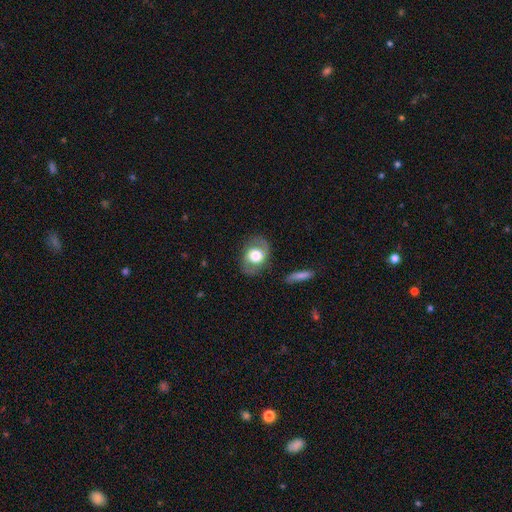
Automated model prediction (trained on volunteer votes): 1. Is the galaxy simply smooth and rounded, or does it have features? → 56% featured or disk, 38% smooth, 7% star or artifact.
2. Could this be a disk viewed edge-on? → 94% no, 6% yes.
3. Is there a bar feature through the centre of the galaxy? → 72% no, 22% weak, 6% strong.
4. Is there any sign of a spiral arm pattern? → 64% yes, 36% no.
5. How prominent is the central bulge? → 53% large, 33% moderate, 10% dominant, 3% small, 1% none.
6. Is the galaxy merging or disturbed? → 76% none, 15% minor disturbance, 7% major disturbance, 2% merger.